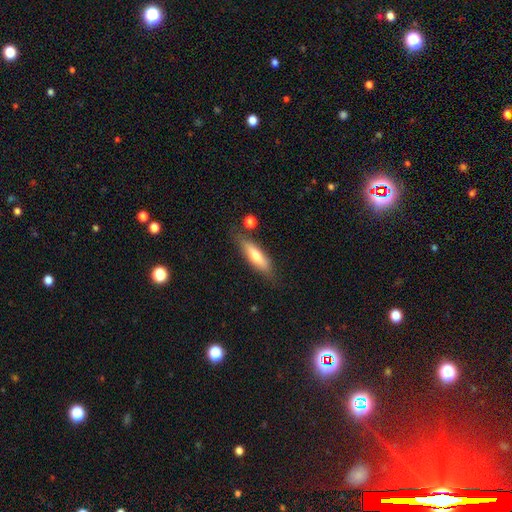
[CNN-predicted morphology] Smooth or featured? Predicted: smooth (p=0.63). How rounded? Predicted: cigar-shaped (p=0.64). Merging? Predicted: none (p=0.75).